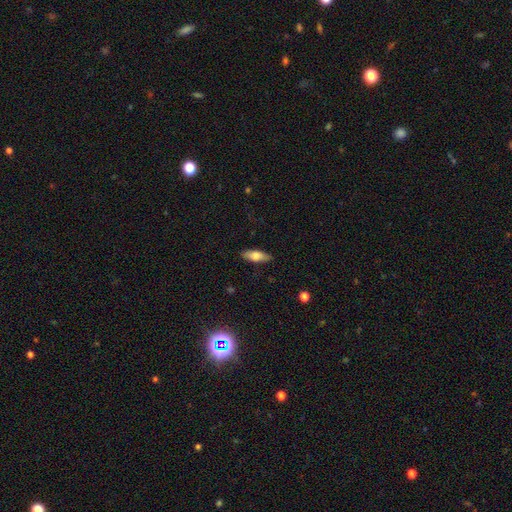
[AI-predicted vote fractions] A smooth galaxy with no disk features (70%) that is in between round and cigar-shaped (66%). Merging: none (86%).